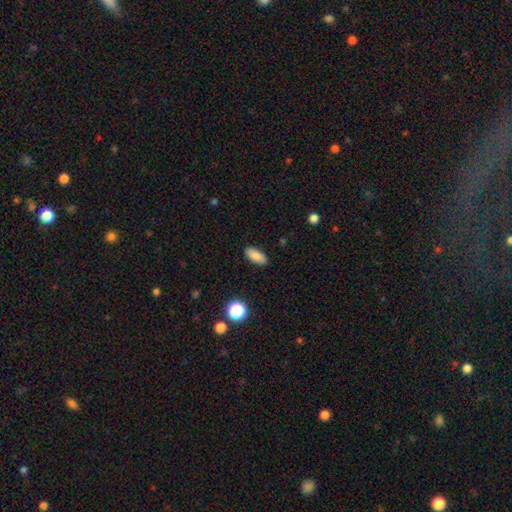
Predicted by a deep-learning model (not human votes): Smooth or featured? Predicted: smooth (p=0.86). How rounded? Predicted: in between (p=0.85). Merging? Predicted: none (p=0.89).